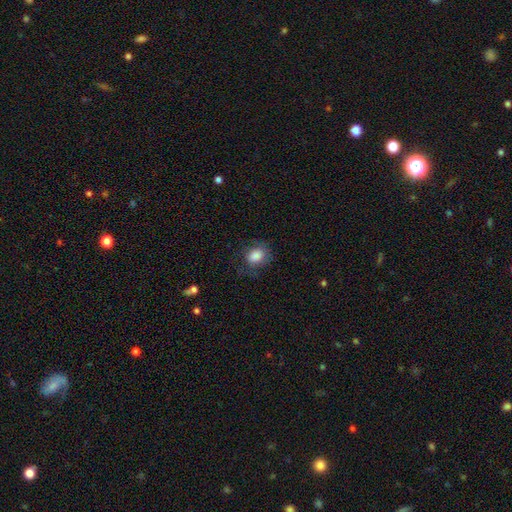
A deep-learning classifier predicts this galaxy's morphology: Smooth or featured? Predicted: smooth (p=0.83). How rounded? Predicted: in between (p=0.50). Merging? Predicted: none (p=0.64).